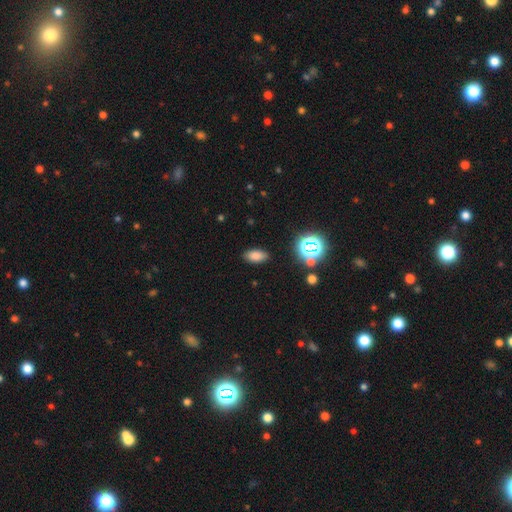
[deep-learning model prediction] The model was most divided on "smooth or featured": smooth: 78%, star or artifact: 15%, featured or disk: 7%. More confident: how rounded — in between (90%); merging — none (87%).